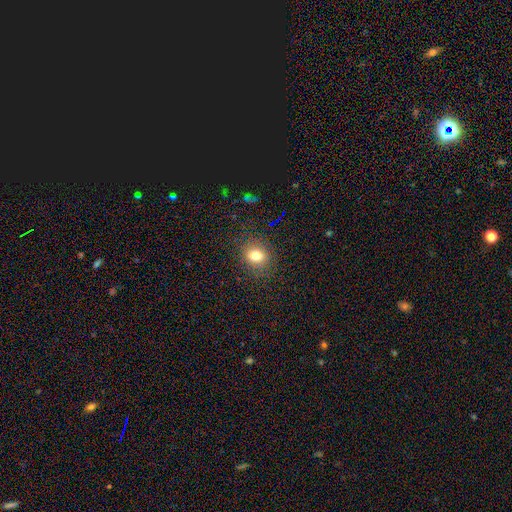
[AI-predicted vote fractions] Smooth or featured? Predicted: smooth (p=0.77). How rounded? Predicted: round (p=0.62). Merging? Predicted: none (p=0.86).